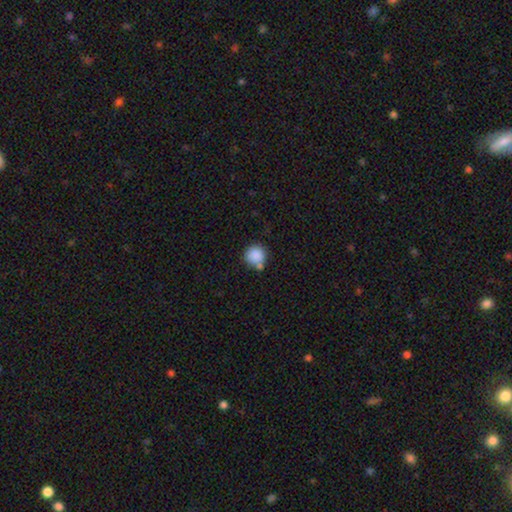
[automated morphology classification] This is clearly a smooth galaxy (86%). How rounded: clearly round (92%). Merging: likely none (64%).